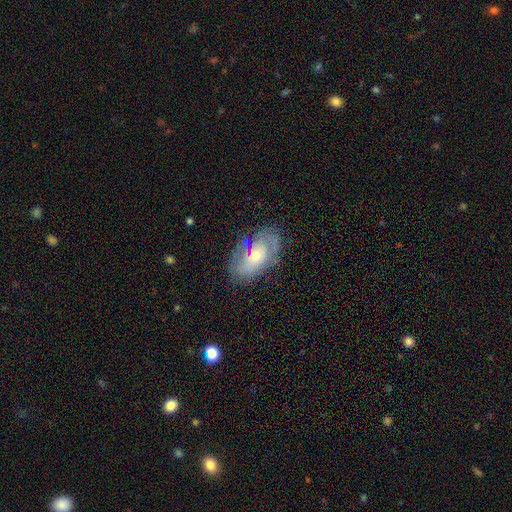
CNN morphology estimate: featured or disk 60%, smooth 33%, star or artifact 7%. Down the decision tree: edge-on disk — no (92%); bar — no (75%); spiral arms — yes (68%); bulge size — moderate (48%); merging — none (68%).